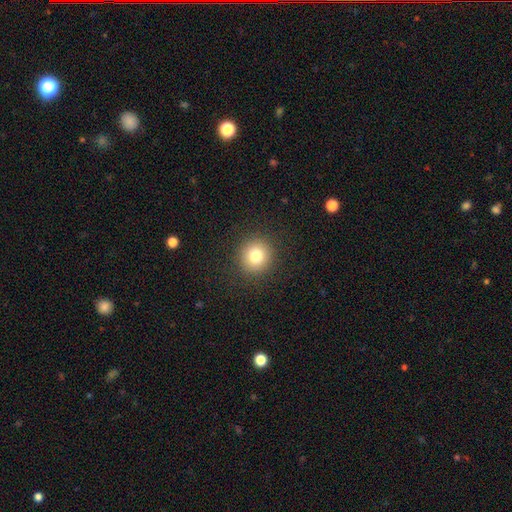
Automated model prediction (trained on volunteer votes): A smooth galaxy with no disk features (80%) that is round (92%).

Vote fractions:
- Smooth or featured? smooth: 80% / star or artifact: 12% / featured or disk: 9%
- How rounded? round: 92% / in between: 7% / cigar-shaped: 1%
- Merging? none: 91% / minor disturbance: 6% / major disturbance: 2% / merger: 1%